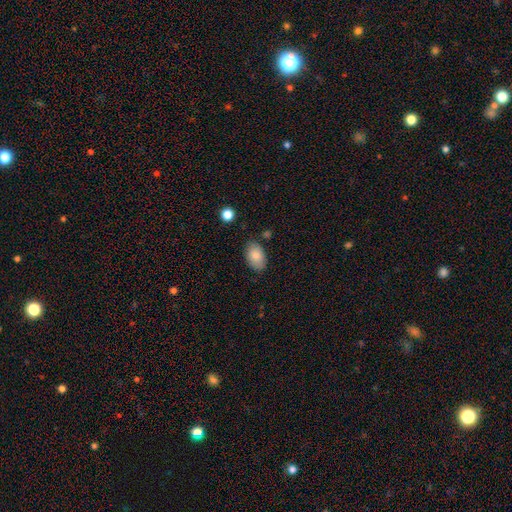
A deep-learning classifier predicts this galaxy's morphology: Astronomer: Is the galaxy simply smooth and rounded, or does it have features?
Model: smooth — 85%.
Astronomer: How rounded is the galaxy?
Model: in between — 91%.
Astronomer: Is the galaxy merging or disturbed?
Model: none — 81%.